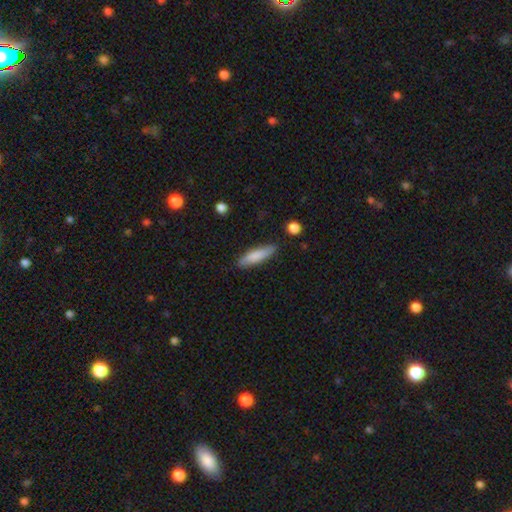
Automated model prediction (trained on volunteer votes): Q: Smooth or featured?
A: smooth (82%); runner-up: featured or disk (12%)
Q: How rounded?
A: cigar-shaped (68%); runner-up: in between (30%)
Q: Merging?
A: none (83%); runner-up: minor disturbance (12%)